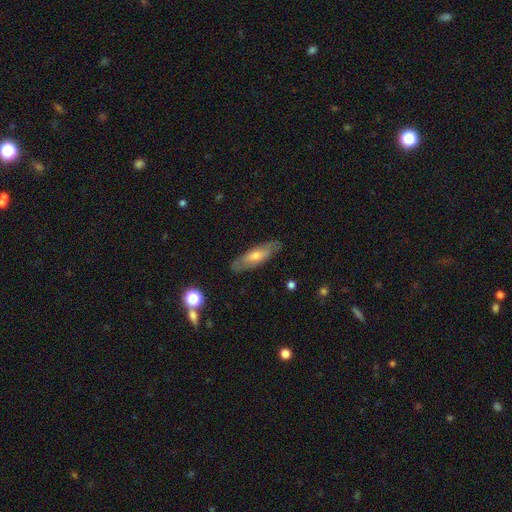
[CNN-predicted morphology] This is possibly a smooth galaxy (48%). Merging: clearly none (83%).